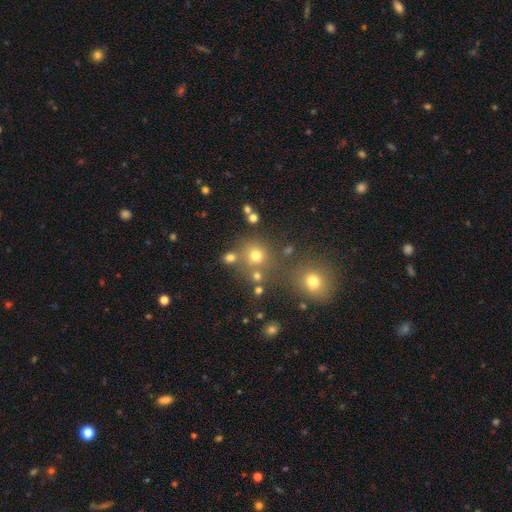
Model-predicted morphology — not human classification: Smooth or featured? Predicted: smooth (p=0.71). How rounded? Predicted: round (p=0.89). Merging? Predicted: none (p=0.70).